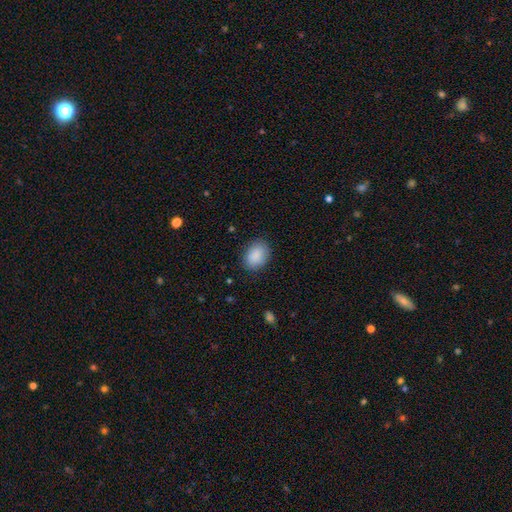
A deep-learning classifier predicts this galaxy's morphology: Smooth or featured? smooth (89%)
How rounded? in between (74%)
Merging? none (83%)